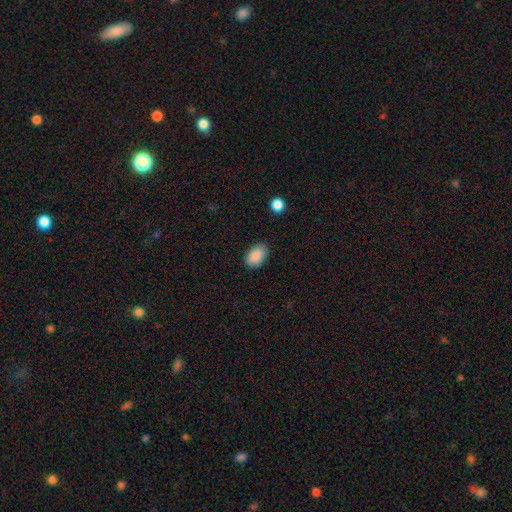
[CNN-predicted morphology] A smooth galaxy with no disk features (89%) that is in between round and cigar-shaped (87%). Merging: none (83%).